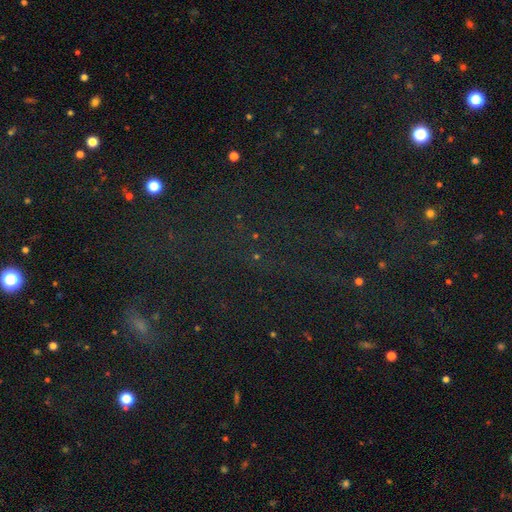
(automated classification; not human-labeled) star or artifact 75%, smooth 16%, featured or disk 9%.